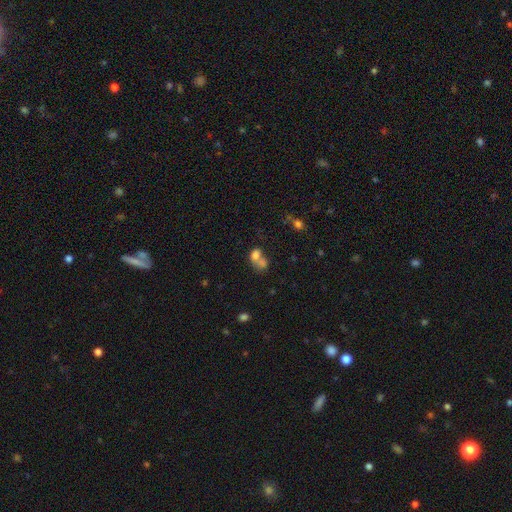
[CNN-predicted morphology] This is likely a smooth galaxy (69%). How rounded: possibly in between (53%). Merging: likely merger (66%).